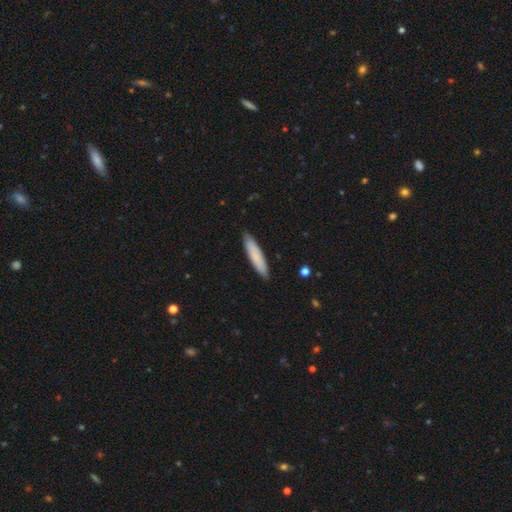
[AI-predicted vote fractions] Overall: smooth (81%). How rounded: cigar-shaped (83%). Merging: none (89%).